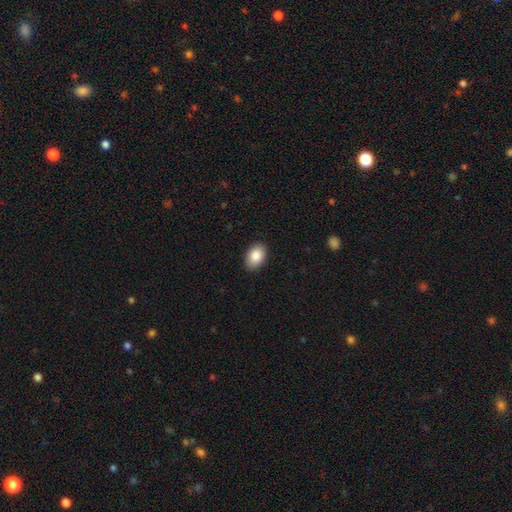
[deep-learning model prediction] smooth 87%, star or artifact 7%, featured or disk 5%. Down the decision tree: how rounded — in between (86%); merging — none (89%).